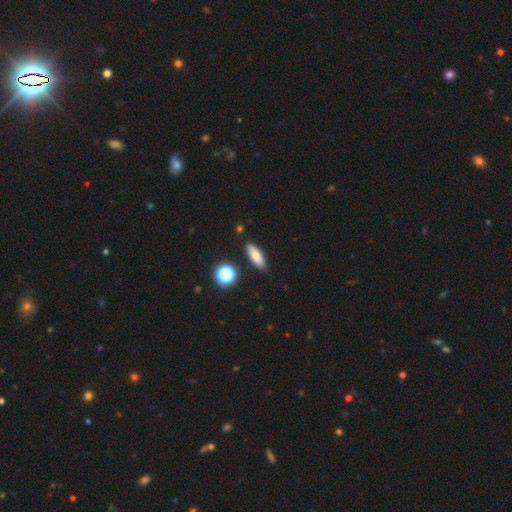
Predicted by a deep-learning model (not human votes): smooth_or_featured: smooth (p=0.75) [alt: featured or disk p=0.16]
how_rounded: in between (p=0.52) [alt: cigar-shaped p=0.43]
merging: none (p=0.87) [alt: minor disturbance p=0.08]